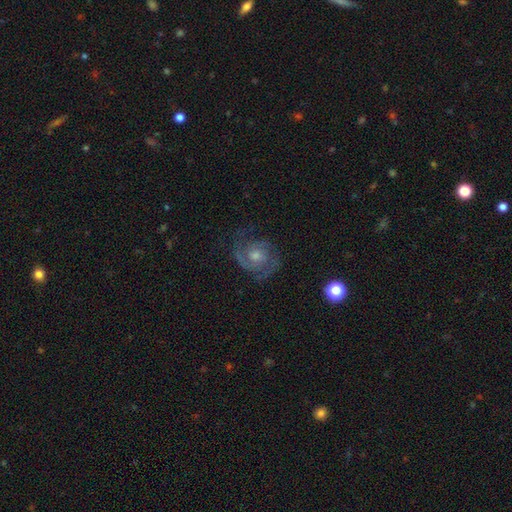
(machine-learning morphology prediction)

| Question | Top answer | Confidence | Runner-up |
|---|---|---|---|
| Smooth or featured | featured or disk | 80% | smooth (11%) |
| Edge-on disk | no | 97% | yes (3%) |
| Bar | no | 71% | weak (25%) |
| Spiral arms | yes | 95% | no (5%) |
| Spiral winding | tight | 48% | medium (42%) |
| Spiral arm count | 2 | 63% | can't tell (14%) |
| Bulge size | moderate | 57% | small (33%) |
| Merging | none | 71% | minor disturbance (17%) |